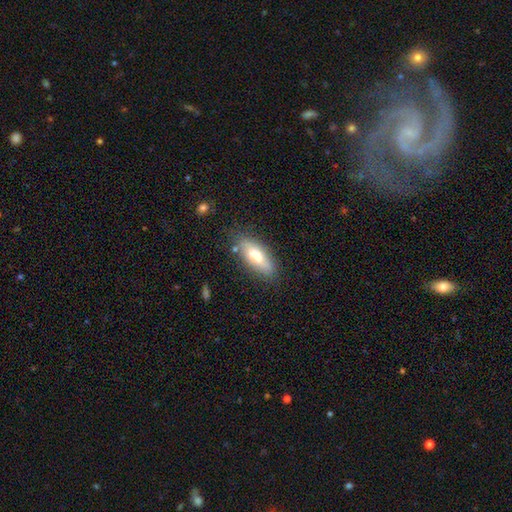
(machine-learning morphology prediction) Smooth or featured?
  - smooth: 65% *
  - featured or disk: 28%
  - star or artifact: 7%
How rounded?
  - in between: 70% *
  - cigar-shaped: 27%
  - round: 2%
Merging?
  - none: 79% *
  - minor disturbance: 15%
  - major disturbance: 3%
  - merger: 3%